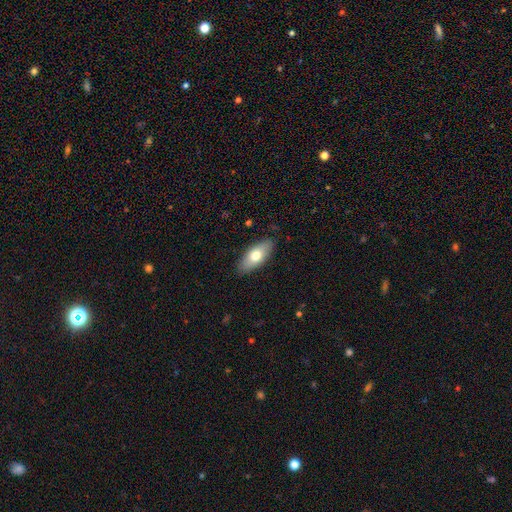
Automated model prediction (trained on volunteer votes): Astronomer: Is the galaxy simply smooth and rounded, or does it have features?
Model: smooth — 71%.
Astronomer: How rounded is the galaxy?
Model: in between — 82%.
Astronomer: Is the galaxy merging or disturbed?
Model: none — 87%.